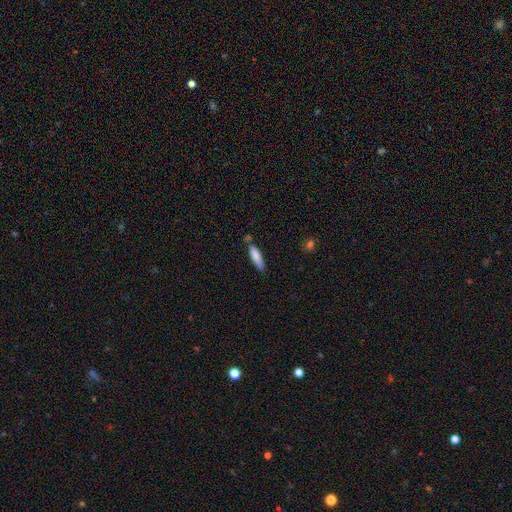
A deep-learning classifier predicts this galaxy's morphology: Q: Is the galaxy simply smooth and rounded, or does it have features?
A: smooth — 81%.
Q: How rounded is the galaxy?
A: cigar-shaped — 70%.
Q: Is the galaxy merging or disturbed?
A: none — 65%.